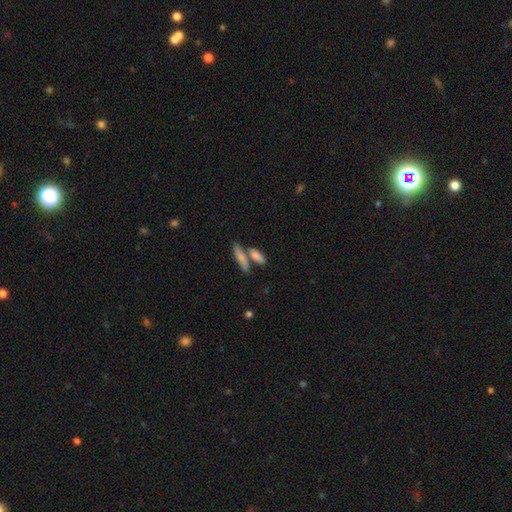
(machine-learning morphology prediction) Smooth or featured? smooth (80%)
How rounded? in between (48%, tied with cigar-shaped)
Merging? none (52%)